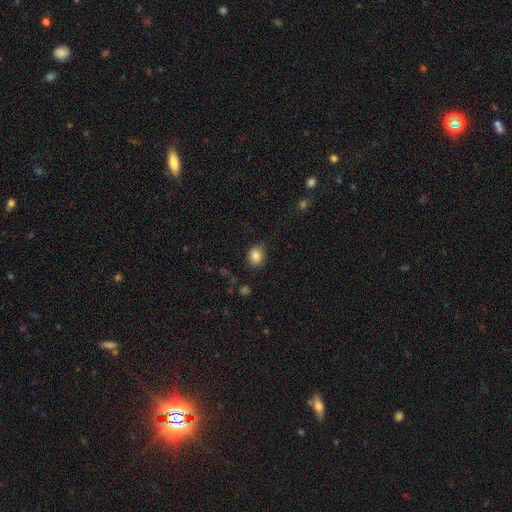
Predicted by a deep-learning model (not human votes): Overall: smooth (84%). How rounded: round (62%; in between 37%). Merging: none (81%).